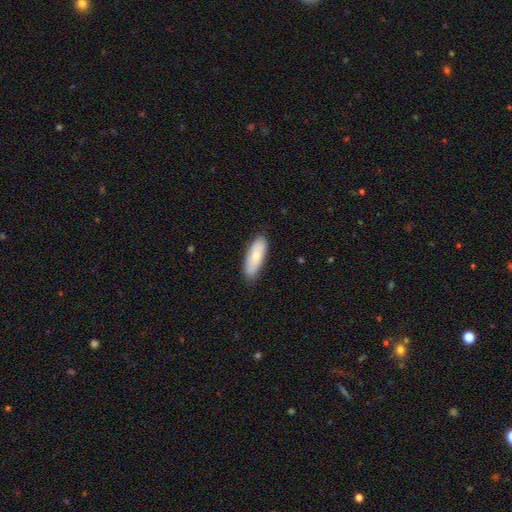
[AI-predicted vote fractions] Smooth or featured? Predicted: smooth (p=0.73). How rounded? Predicted: in between (p=0.72). Merging? Predicted: none (p=0.83).